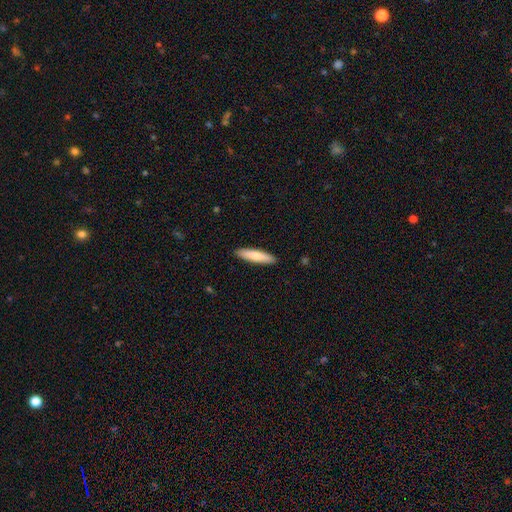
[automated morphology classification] A smooth galaxy with no disk features (78%) that is cigar-shaped (81%). Merging: none (91%).